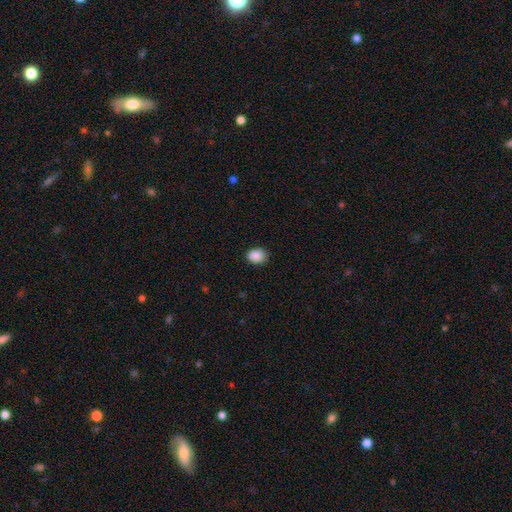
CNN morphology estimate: Smooth or featured?
  - smooth: 89% *
  - star or artifact: 8%
  - featured or disk: 3%
How rounded?
  - in between: 59% *
  - round: 40%
  - cigar-shaped: 1%
Merging?
  - none: 81% *
  - minor disturbance: 15%
  - major disturbance: 3%
  - merger: 1%